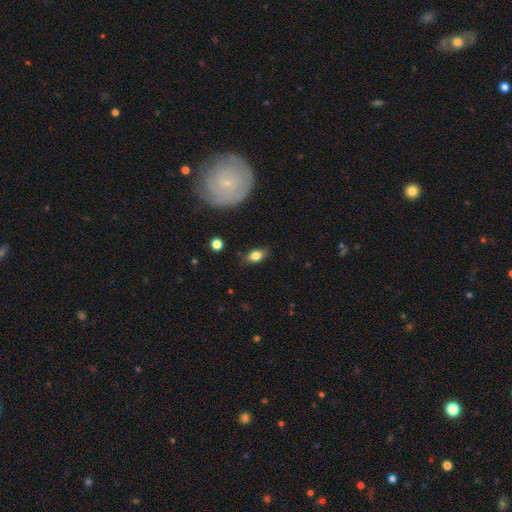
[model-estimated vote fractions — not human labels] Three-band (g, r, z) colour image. It shows a smooth galaxy with no disk features (81%) that is in between round and cigar-shaped (83%). Merging: none (79%).